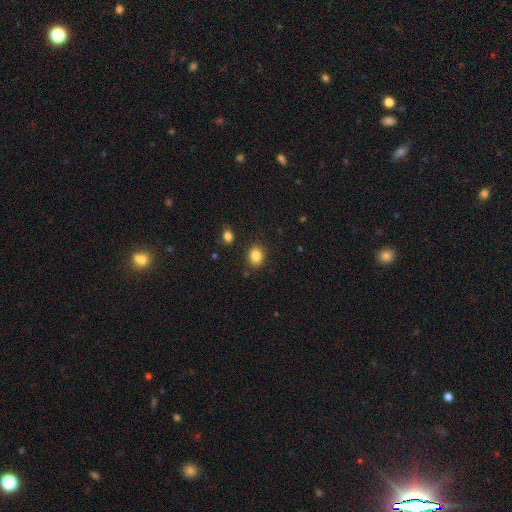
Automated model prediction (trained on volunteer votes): The model was most divided on "how rounded": in between: 51%, round: 48%, cigar-shaped: 1%. More confident: smooth or featured — smooth (86%); merging — none (86%).